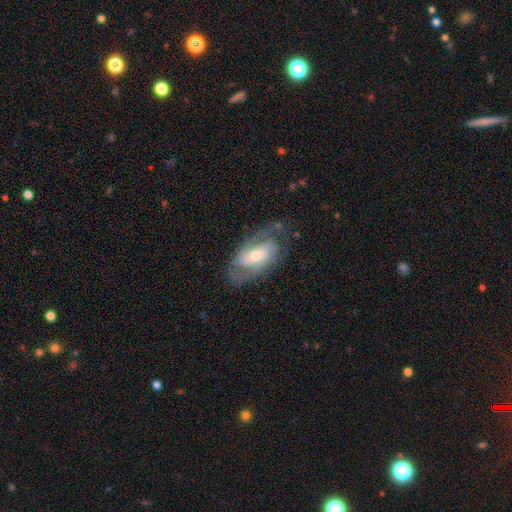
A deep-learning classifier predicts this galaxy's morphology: type=featured or disk (86%); edge-on=no (96%); bar=no (49%); spiral arms=yes (96%); winding=tight (47%); arm count=2 (61%); bulge=moderate (50%); merging=none (72%).